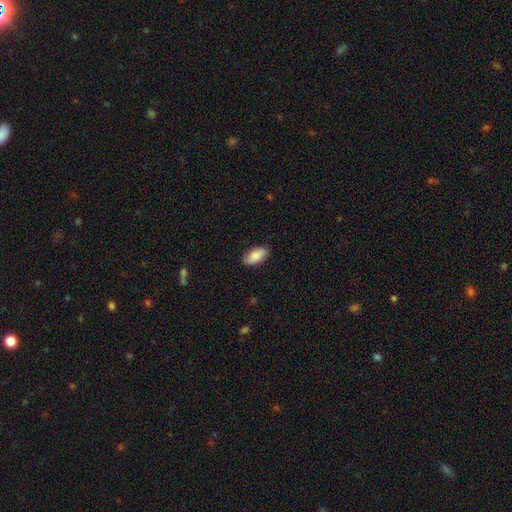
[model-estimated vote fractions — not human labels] smooth 87%, featured or disk 6%, star or artifact 6%. Down the decision tree: how rounded — in between (93%); merging — none (84%).